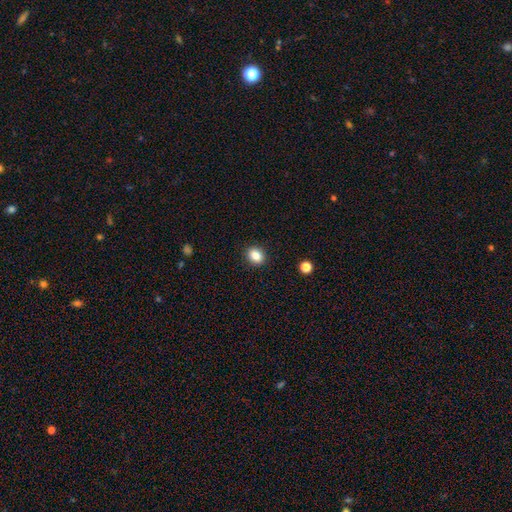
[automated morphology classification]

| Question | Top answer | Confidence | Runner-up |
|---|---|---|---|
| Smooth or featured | smooth | 86% | star or artifact (10%) |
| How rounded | in between | 50% | round (49%) |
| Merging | none | 90% | minor disturbance (7%) |